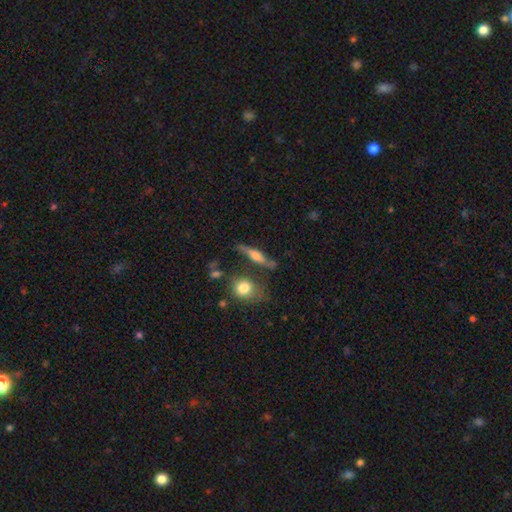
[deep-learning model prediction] Smooth or featured?
  - featured or disk: 56% *
  - smooth: 36%
  - star or artifact: 8%
Edge-on disk?
  - yes: 79% *
  - no: 21%
Merging?
  - none: 66% *
  - minor disturbance: 19%
  - merger: 8%
  - major disturbance: 7%